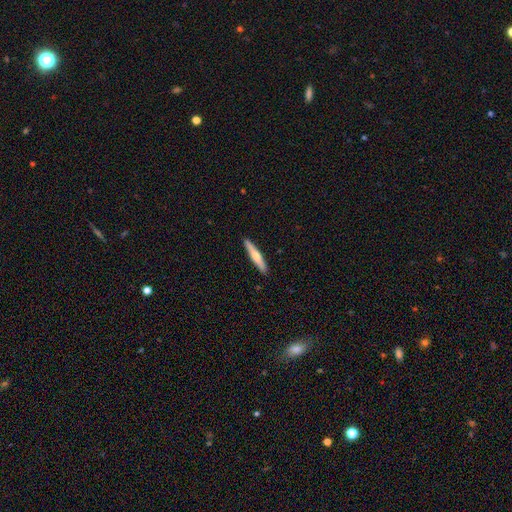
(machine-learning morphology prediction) Smooth or featured: featured or disk — 48% (smooth — 47%)
Merging: none — 91% (minor disturbance — 7%)